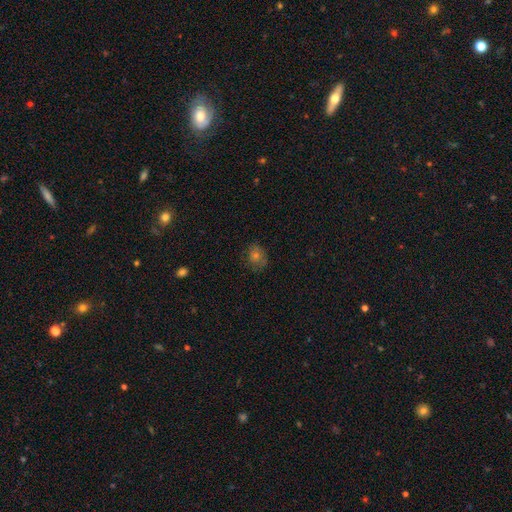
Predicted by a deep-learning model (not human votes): Smooth or featured?
  - smooth: 56% *
  - featured or disk: 23%
  - star or artifact: 22%
How rounded?
  - round: 61% *
  - in between: 38%
  - cigar-shaped: 1%
Merging?
  - none: 77% *
  - minor disturbance: 16%
  - major disturbance: 5%
  - merger: 1%